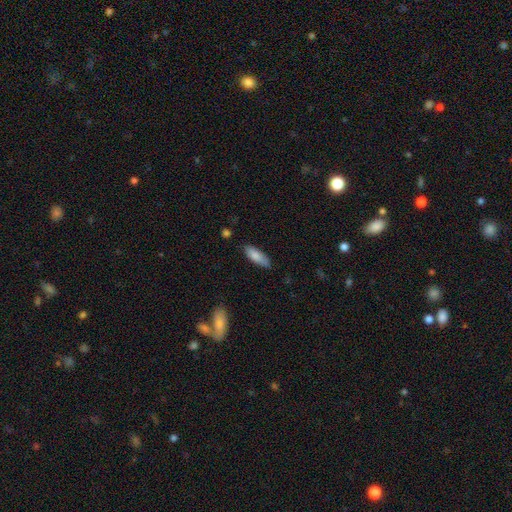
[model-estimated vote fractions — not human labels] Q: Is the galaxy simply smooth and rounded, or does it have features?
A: smooth — 84%.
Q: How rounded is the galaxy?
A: in between — 68%.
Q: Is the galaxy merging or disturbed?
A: none — 78%.